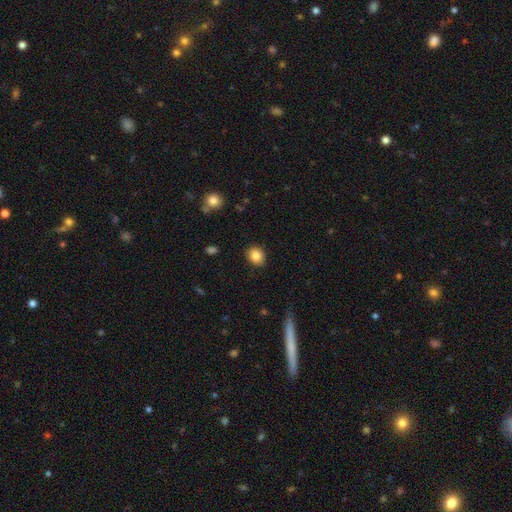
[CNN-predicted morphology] This is clearly a smooth galaxy (85%). How rounded: possibly round (56%). Merging: clearly none (87%).